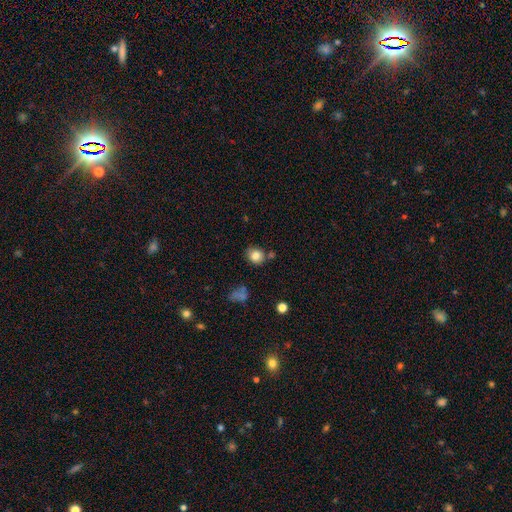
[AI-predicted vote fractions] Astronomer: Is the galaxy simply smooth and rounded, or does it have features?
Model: smooth — 81%.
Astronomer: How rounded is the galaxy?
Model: round — 71%.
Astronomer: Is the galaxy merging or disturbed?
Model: none — 74%.